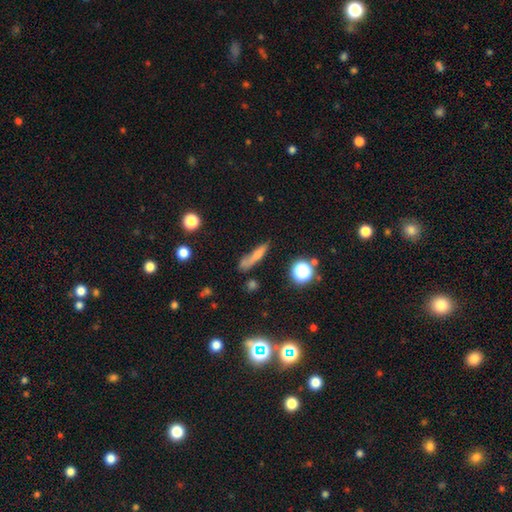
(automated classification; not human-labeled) The model was most divided on "merging": none: 52%, minor disturbance: 24%, major disturbance: 13%, merger: 11%. More confident: how rounded — cigar-shaped (78%); smooth or featured — smooth (64%).